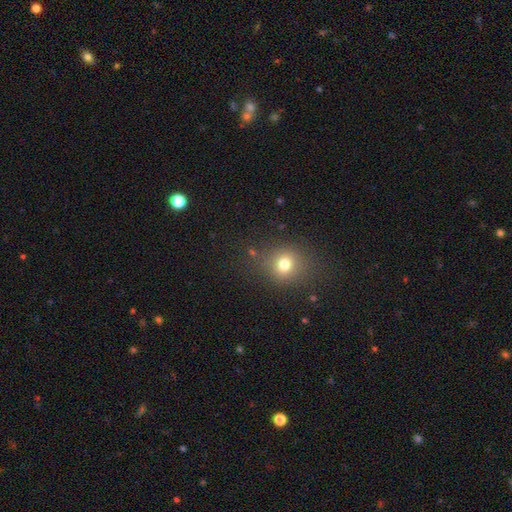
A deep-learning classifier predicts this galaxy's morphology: Overall: smooth (66%). How rounded: round (73%). Merging: none (81%).